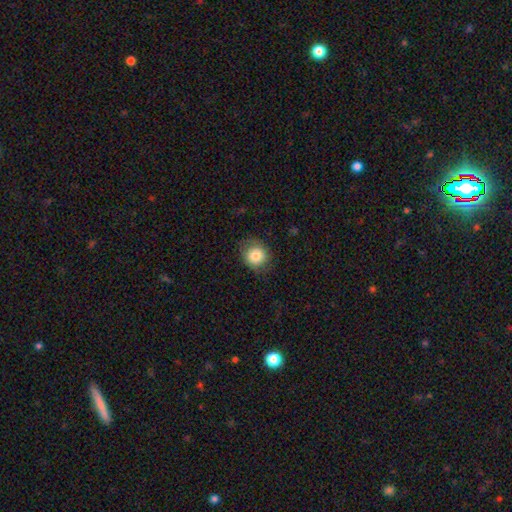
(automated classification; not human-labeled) Smooth or featured? smooth (81%)
How rounded? round (82%)
Merging? none (74%)